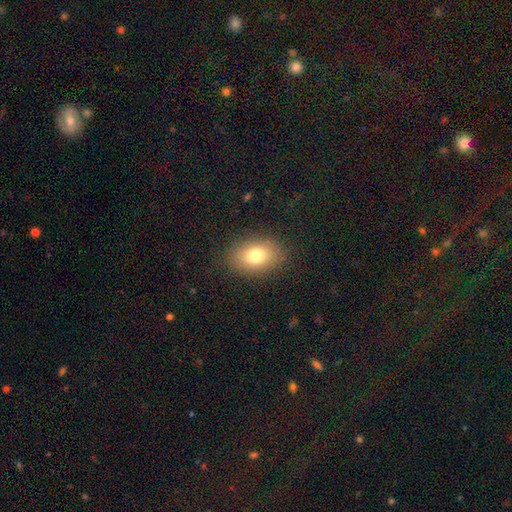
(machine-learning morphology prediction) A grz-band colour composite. It shows a smooth galaxy with no disk features (78%) that is in between round and cigar-shaped (79%). Merging: none (86%).